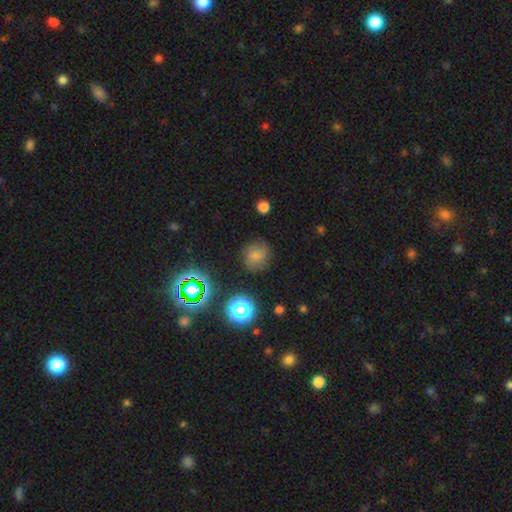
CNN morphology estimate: smooth 56%, star or artifact 23%, featured or disk 20%. Down the decision tree: how rounded — round (85%); merging — none (78%).